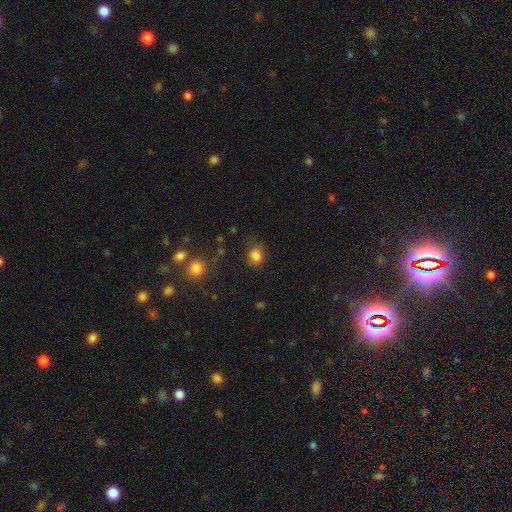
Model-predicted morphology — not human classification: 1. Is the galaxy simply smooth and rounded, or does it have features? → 83% smooth, 12% star or artifact, 5% featured or disk.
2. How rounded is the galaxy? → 56% round, 43% in between, 1% cigar-shaped.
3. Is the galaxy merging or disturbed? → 73% none, 18% minor disturbance, 6% major disturbance, 3% merger.